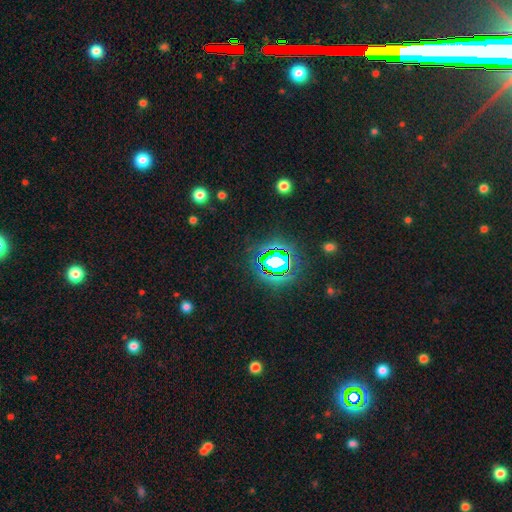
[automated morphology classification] This appears to be a star or artifact, not a galaxy (80%).